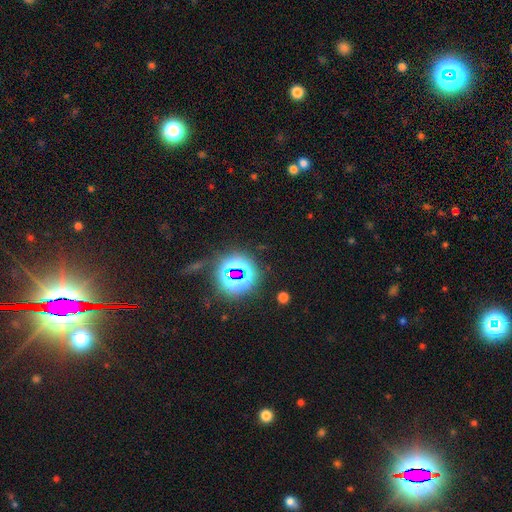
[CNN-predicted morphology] smooth-or-featured: star or artifact: 77% | smooth: 13% | featured or disk: 10%